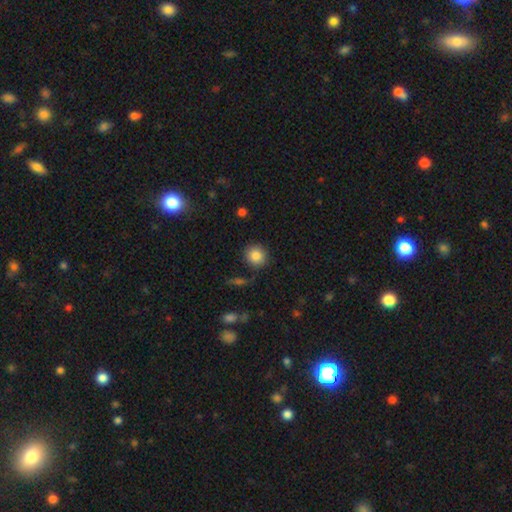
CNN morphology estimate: This is clearly a smooth galaxy (85%). How rounded: clearly round (89%). Merging: clearly none (86%).